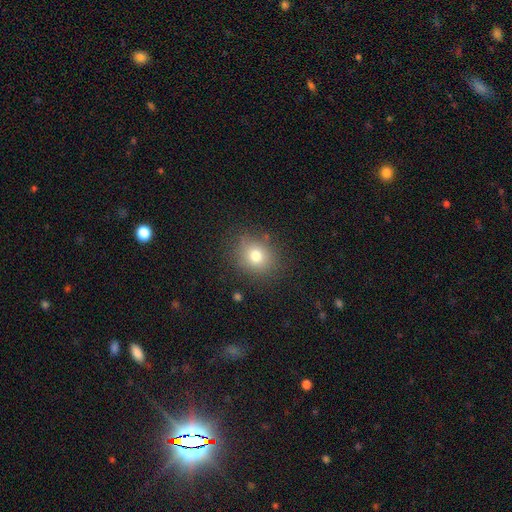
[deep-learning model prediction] smooth 76%, star or artifact 14%, featured or disk 10%. Down the decision tree: how rounded — round (73%); merging — none (83%).